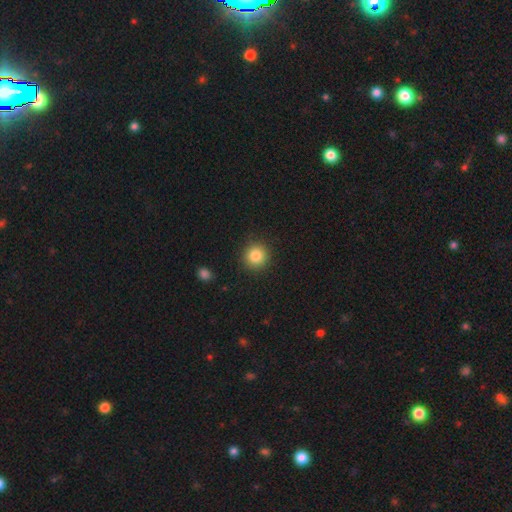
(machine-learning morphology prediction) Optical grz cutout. It shows a smooth galaxy with no disk features (85%) that is round (93%). Merging: none (91%).